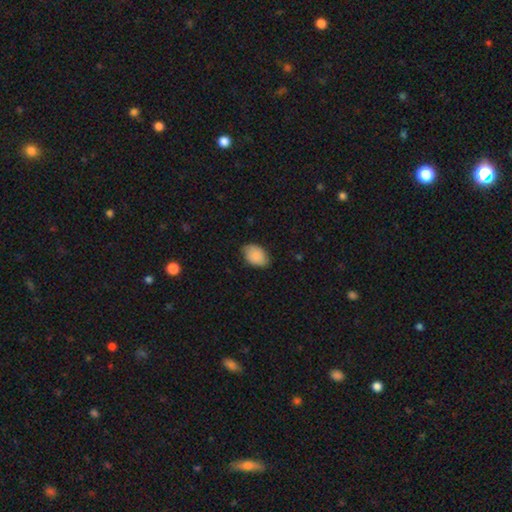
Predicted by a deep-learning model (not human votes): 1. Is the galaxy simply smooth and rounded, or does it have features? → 88% smooth, 6% star or artifact, 5% featured or disk.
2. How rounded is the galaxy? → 88% in between, 11% round, 1% cigar-shaped.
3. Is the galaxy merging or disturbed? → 79% none, 17% minor disturbance, 3% major disturbance, 1% merger.